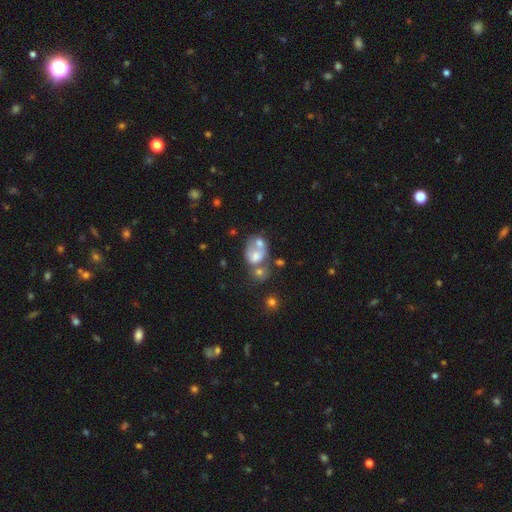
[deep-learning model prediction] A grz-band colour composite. It shows a smooth galaxy with no disk features (50%). Merging: merger (54%).